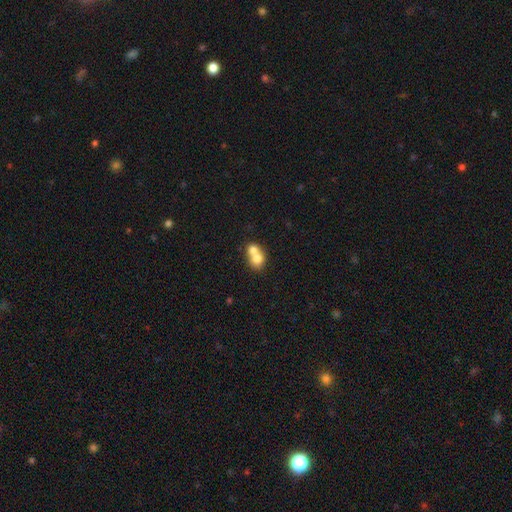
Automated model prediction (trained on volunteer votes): A smooth galaxy with no disk features (72%) that is round (67%). Merging: merger (71%).